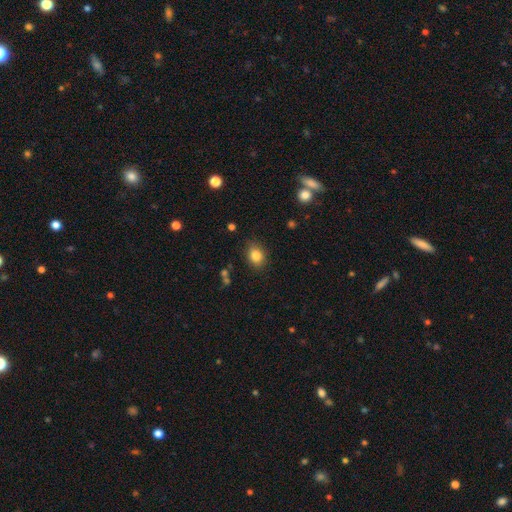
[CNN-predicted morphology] A smooth galaxy with no disk features (84%) that is in between round and cigar-shaped (57%). Merging: none (83%).